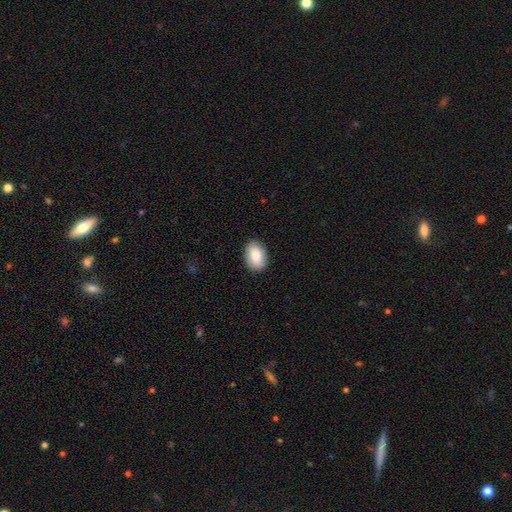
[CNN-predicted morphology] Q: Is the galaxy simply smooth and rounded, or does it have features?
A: smooth — 86%.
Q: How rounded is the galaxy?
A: in between — 86%.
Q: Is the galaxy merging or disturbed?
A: none — 88%.